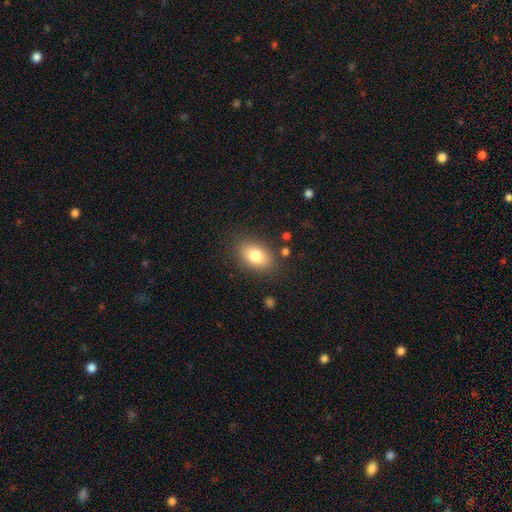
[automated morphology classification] Overall: smooth (80%). How rounded: in between (86%). Merging: none (83%).